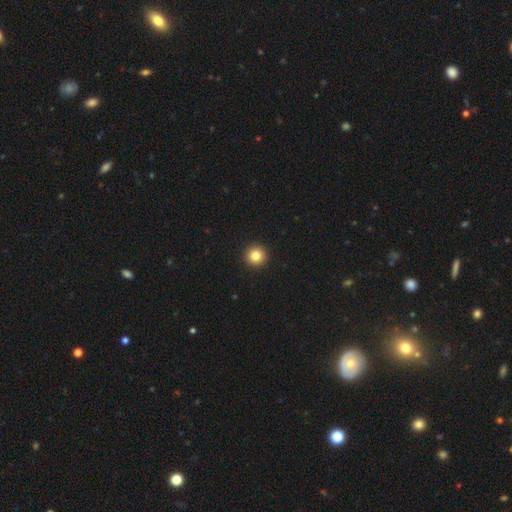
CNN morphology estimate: Smooth or featured? Predicted: smooth (p=0.83). How rounded? Predicted: round (p=0.96). Merging? Predicted: none (p=0.94).